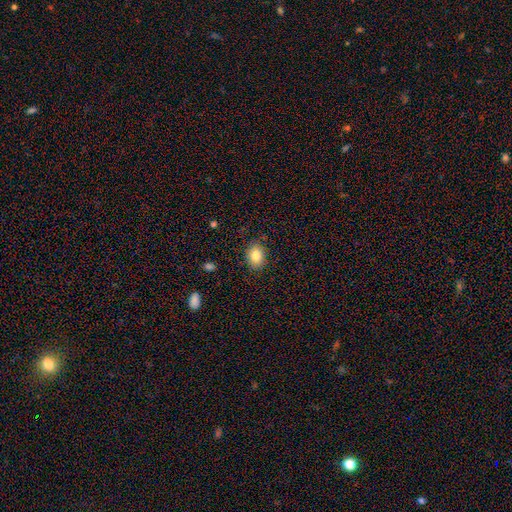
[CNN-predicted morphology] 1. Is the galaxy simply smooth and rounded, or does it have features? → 83% smooth, 9% star or artifact, 8% featured or disk.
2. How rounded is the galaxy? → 66% in between, 33% round, 1% cigar-shaped.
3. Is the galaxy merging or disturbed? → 87% none, 10% minor disturbance, 2% major disturbance, 1% merger.